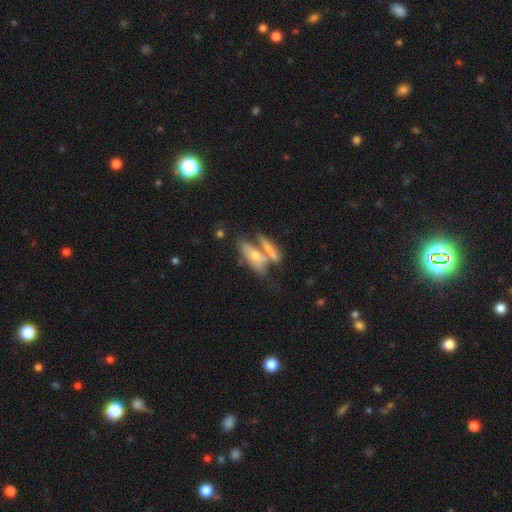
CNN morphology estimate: type=smooth (47%); merging=merger (41%).